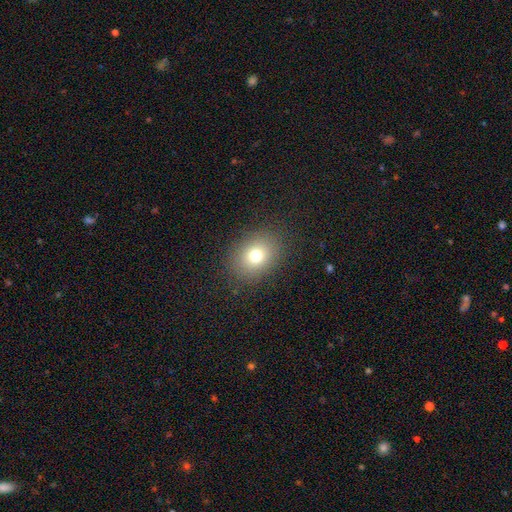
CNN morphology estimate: Smooth or featured? smooth (74%)
How rounded? in between (50%)
Merging? none (86%)